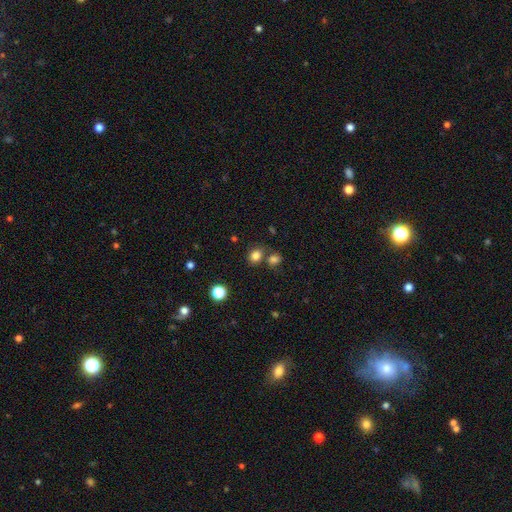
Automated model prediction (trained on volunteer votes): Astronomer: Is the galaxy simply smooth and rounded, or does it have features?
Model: smooth — 81%.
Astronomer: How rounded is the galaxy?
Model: round — 61% (runner-up: in between, 38%).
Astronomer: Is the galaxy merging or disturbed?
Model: none — 62%.